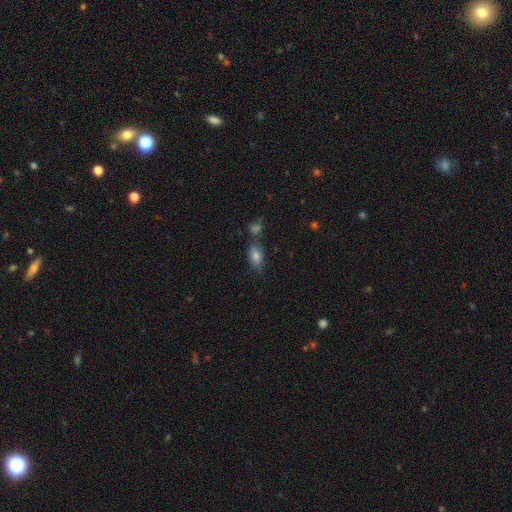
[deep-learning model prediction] Smooth or featured: smooth — 78% (star or artifact — 12%)
How rounded: in between — 87% (round — 10%)
Merging: none — 64% (merger — 17%)